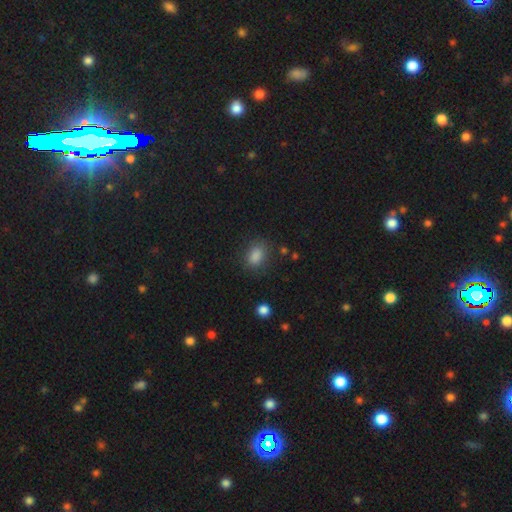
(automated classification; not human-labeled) Smooth or featured?
  - smooth: 85% *
  - star or artifact: 10%
  - featured or disk: 5%
How rounded?
  - in between: 74% *
  - round: 24%
  - cigar-shaped: 2%
Merging?
  - none: 81% *
  - minor disturbance: 13%
  - major disturbance: 4%
  - merger: 2%